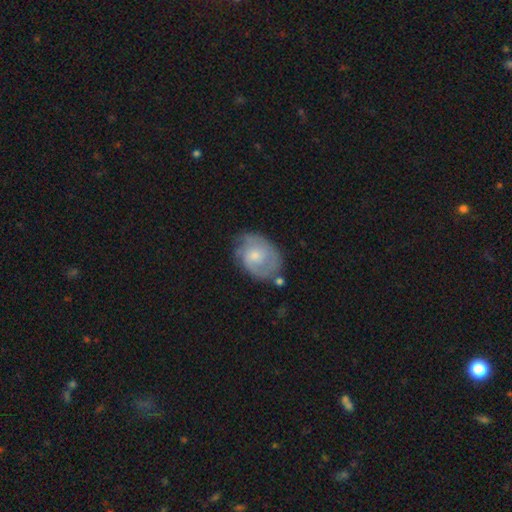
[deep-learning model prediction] Smooth or featured?
  - featured or disk: 59% *
  - smooth: 34%
  - star or artifact: 7%
Edge-on disk?
  - no: 97% *
  - yes: 3%
Bar?
  - no: 69% *
  - weak: 27%
  - strong: 3%
Spiral arms?
  - yes: 80% *
  - no: 20%
Bulge size?
  - small: 49% *
  - moderate: 41%
  - none: 5%
  - large: 4%
  - dominant: 1%
Merging?
  - none: 56% *
  - minor disturbance: 27%
  - major disturbance: 12%
  - merger: 5%